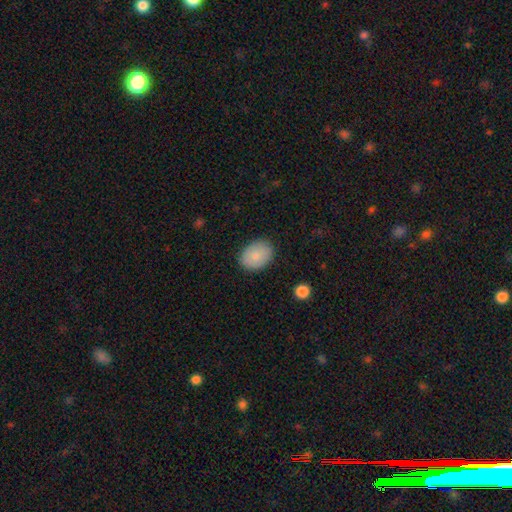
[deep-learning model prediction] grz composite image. It shows a smooth galaxy with no disk features (82%) that is in between round and cigar-shaped (69%). Merging: none (86%).